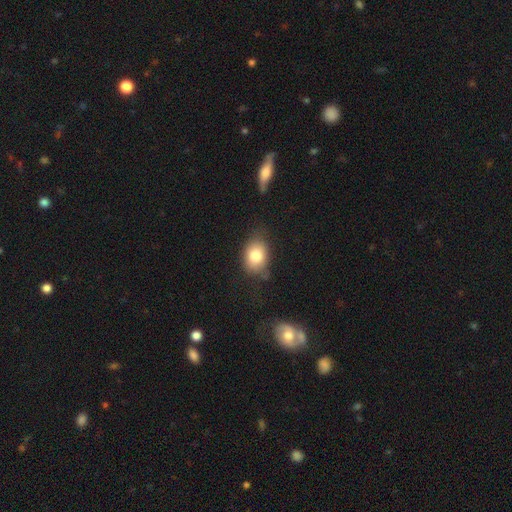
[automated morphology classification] Q: Smooth or featured?
A: smooth (81%); runner-up: featured or disk (11%)
Q: How rounded?
A: in between (67%); runner-up: round (32%)
Q: Merging?
A: none (67%); runner-up: minor disturbance (24%)